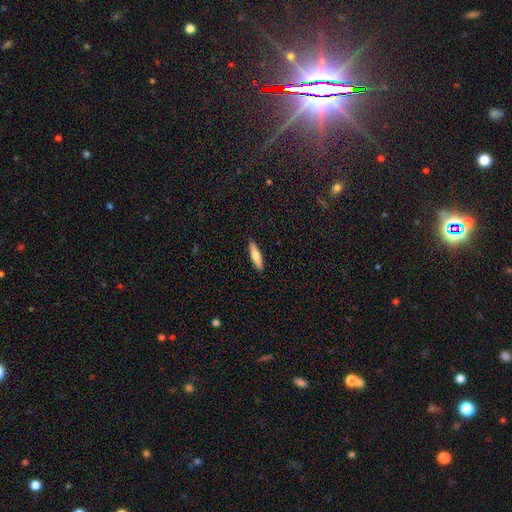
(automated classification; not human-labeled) Smooth or featured: smooth — 76% (featured or disk — 19%)
How rounded: cigar-shaped — 75% (in between — 24%)
Merging: none — 90% (minor disturbance — 7%)